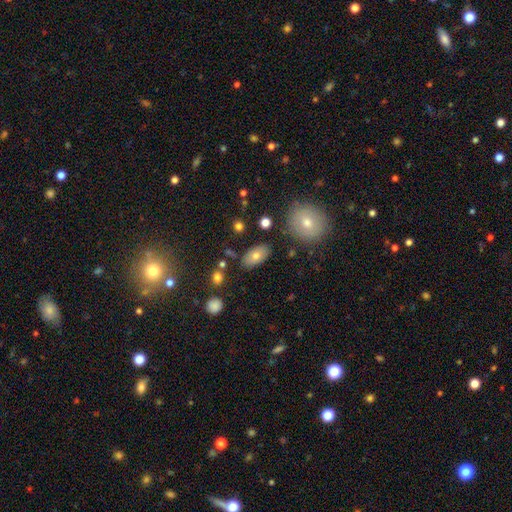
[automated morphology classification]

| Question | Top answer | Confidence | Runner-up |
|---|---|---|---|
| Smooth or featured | smooth | 74% | featured or disk (16%) |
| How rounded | in between | 92% | round (5%) |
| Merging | none | 82% | minor disturbance (12%) |